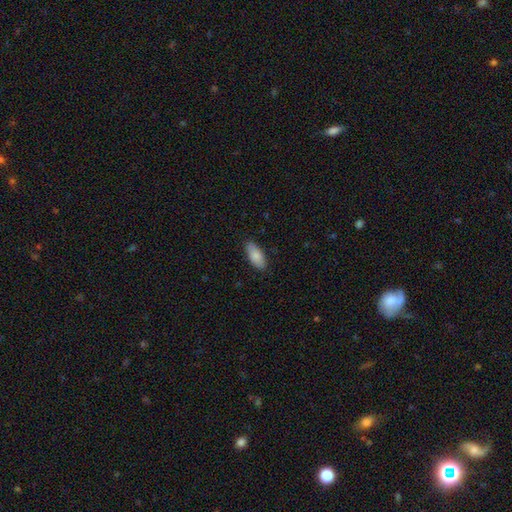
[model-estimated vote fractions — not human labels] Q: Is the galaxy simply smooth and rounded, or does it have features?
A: smooth — 85%.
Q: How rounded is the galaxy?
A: in between — 87%.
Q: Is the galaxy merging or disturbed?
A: none — 86%.